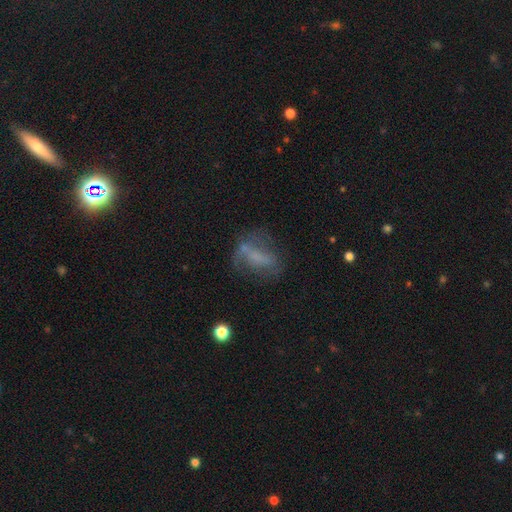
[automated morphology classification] This appears to be a featured or disk galaxy (47%). Merging: none (46%).